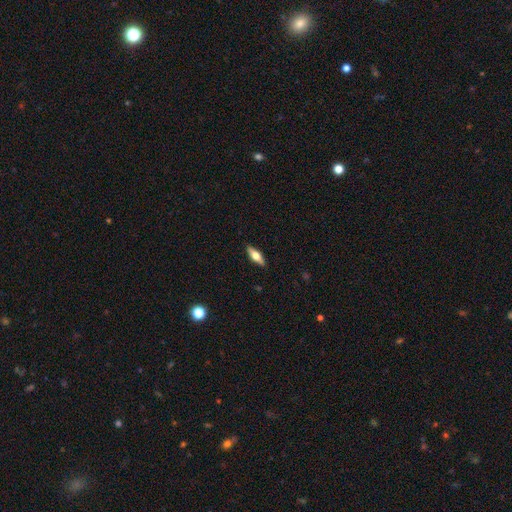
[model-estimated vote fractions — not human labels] Smooth or featured? Predicted: featured or disk (p=0.48). Merging? Predicted: none (p=0.89).